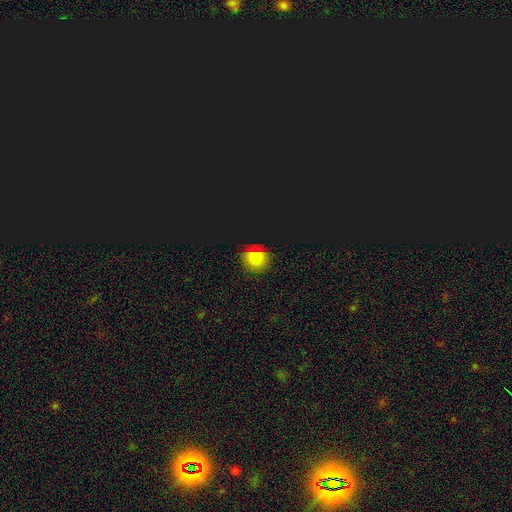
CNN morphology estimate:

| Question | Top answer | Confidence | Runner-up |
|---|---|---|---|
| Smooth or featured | smooth | 64% | star or artifact (29%) |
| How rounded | round | 86% | in between (12%) |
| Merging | none | 84% | minor disturbance (11%) |